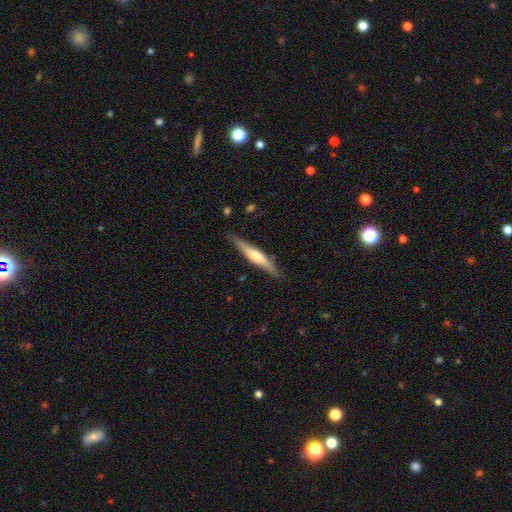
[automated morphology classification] smooth_or_featured: featured or disk (p=0.60) [alt: smooth p=0.35]
disk_edge_on: yes (p=0.96) [alt: no p=0.04]
edge_on_bulge: rounded (p=0.75) [alt: boxy p=0.13]
merging: none (p=0.87) [alt: minor disturbance p=0.10]